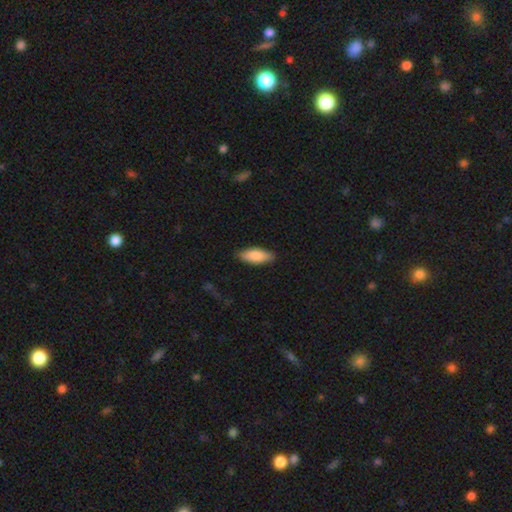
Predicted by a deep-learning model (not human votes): smooth_or_featured: smooth (p=0.85) [alt: featured or disk p=0.09]
how_rounded: in between (p=0.78) [alt: cigar-shaped p=0.21]
merging: none (p=0.86) [alt: minor disturbance p=0.11]